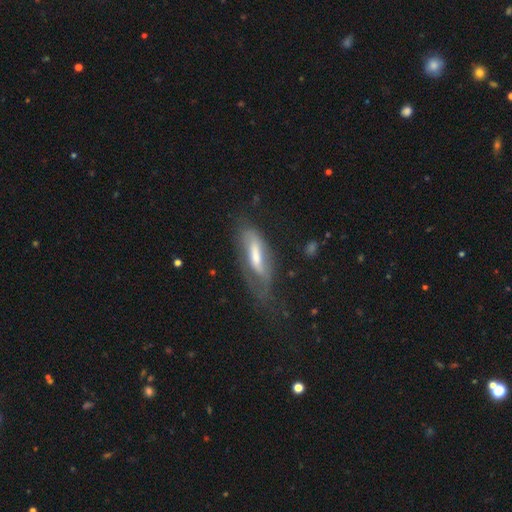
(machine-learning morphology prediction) Smooth or featured? Predicted: featured or disk (p=0.55). Edge-on disk? Predicted: no (p=0.64). Merging? Predicted: none (p=0.41).